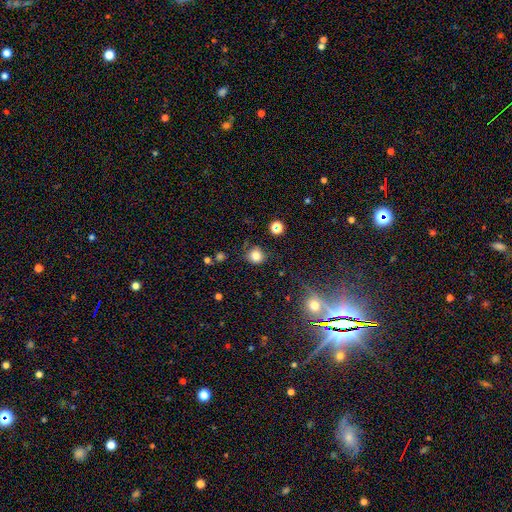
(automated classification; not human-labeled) Smooth or featured: smooth — 80% (star or artifact — 14%)
How rounded: round — 86% (in between — 13%)
Merging: none — 79% (minor disturbance — 14%)